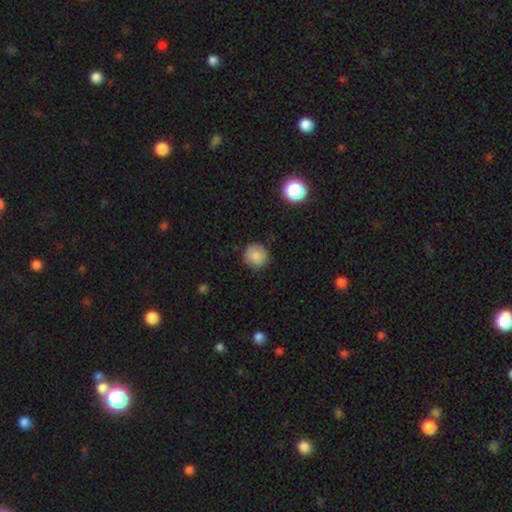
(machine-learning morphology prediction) This appears to be a smooth galaxy with no disk features (84%) that is round (90%). Merging: none (82%).